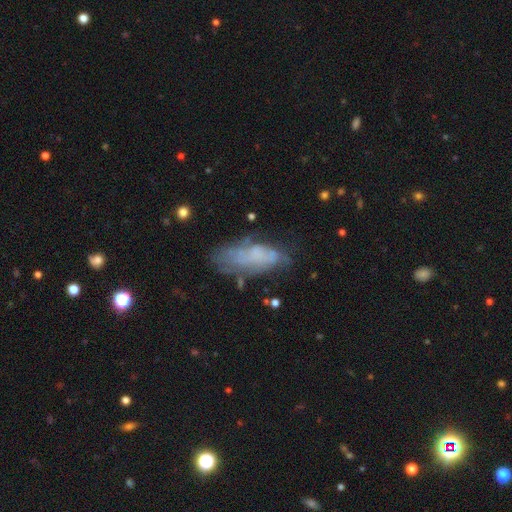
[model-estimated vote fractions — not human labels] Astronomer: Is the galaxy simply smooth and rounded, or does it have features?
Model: smooth — 46% (runner-up: featured or disk, 43%).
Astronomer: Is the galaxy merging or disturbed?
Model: none — 53%.